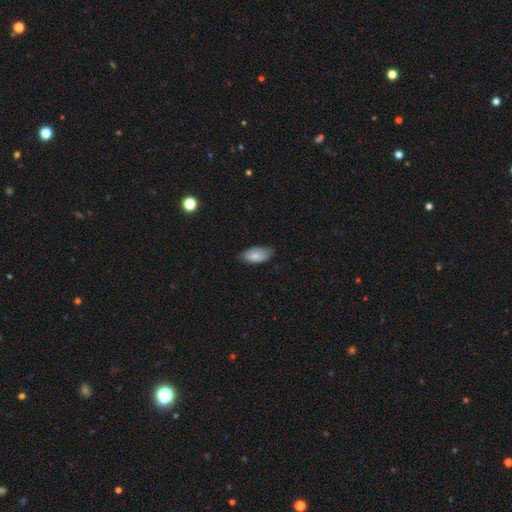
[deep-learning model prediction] Morphology: type=smooth (81%); roundness=in between (93%); merging=none (73%).